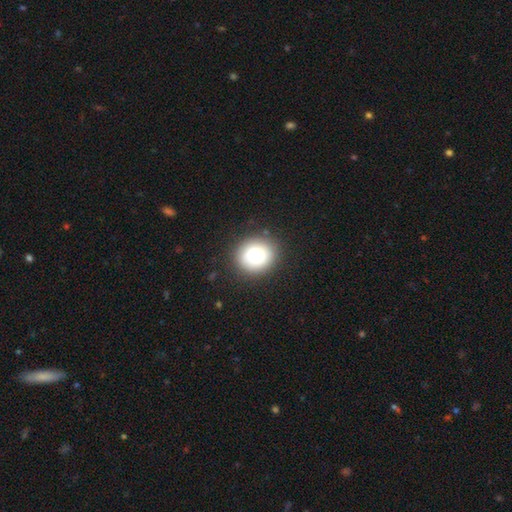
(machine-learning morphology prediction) Overall: smooth (80%). How rounded: round (75%). Merging: none (87%).